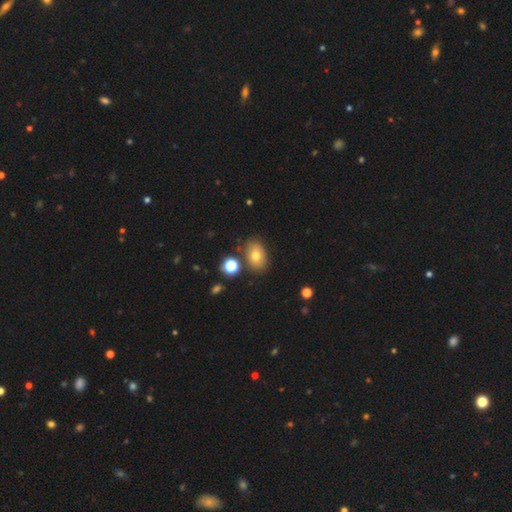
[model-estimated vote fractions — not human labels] This appears to be a smooth galaxy with no disk features (74%) that is in between round and cigar-shaped (83%). Merging: none (80%).